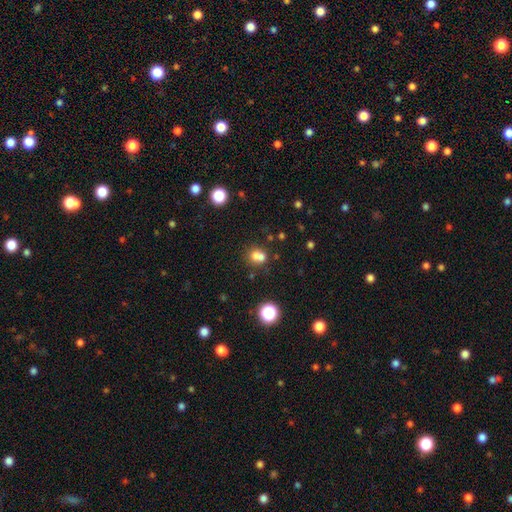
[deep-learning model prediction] A smooth galaxy with no disk features (70%) that is round (68%). Merging: merger (46%).